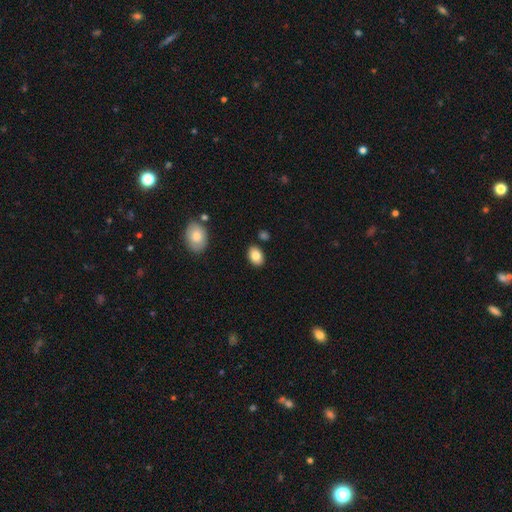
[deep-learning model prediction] Smooth or featured?
  - smooth: 83% *
  - featured or disk: 9%
  - star or artifact: 8%
How rounded?
  - in between: 83% *
  - round: 16%
  - cigar-shaped: 1%
Merging?
  - none: 85% *
  - minor disturbance: 10%
  - merger: 3%
  - major disturbance: 2%